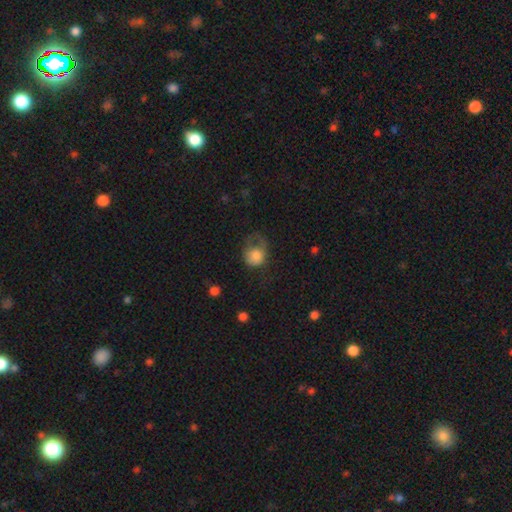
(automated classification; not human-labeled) Smooth or featured? smooth (76%)
How rounded? round (65%)
Merging? major disturbance (45%)